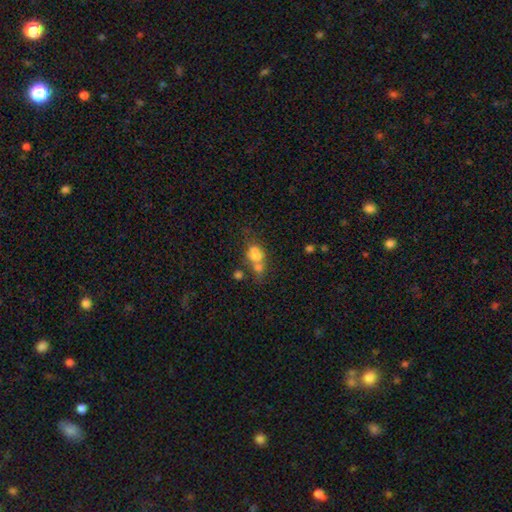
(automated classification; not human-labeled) smooth 62%, featured or disk 24%, star or artifact 14%. Down the decision tree: how rounded — round (54%); merging — merger (56%).